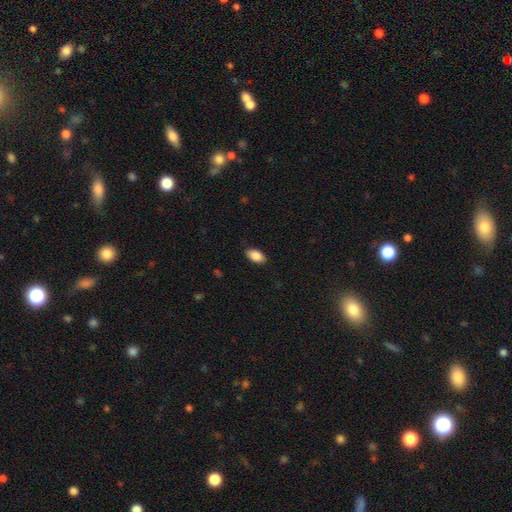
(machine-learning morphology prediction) smooth-or-featured: smooth: 87% | star or artifact: 7% | featured or disk: 6%
  how-rounded: in between: 93% | round: 5% | cigar-shaped: 2%
  merging: none: 87% | minor disturbance: 10% | major disturbance: 2% | merger: 1%